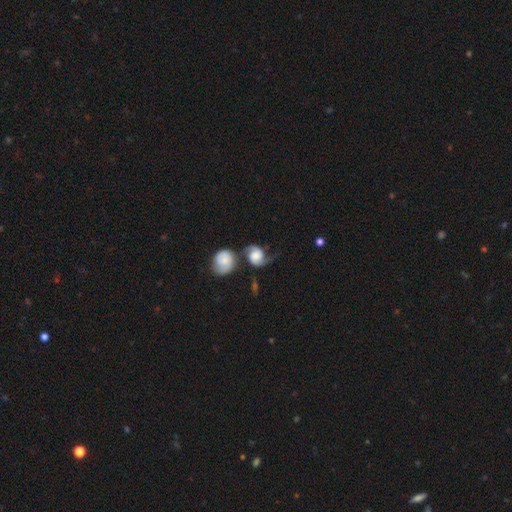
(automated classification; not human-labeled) Morphology: type=featured or disk (72%); edge-on=no (97%); bar=no (65%); spiral arms=yes (95%); winding=loose (43%); arm count=2 (87%); bulge=large (33%); merging=none (43%).